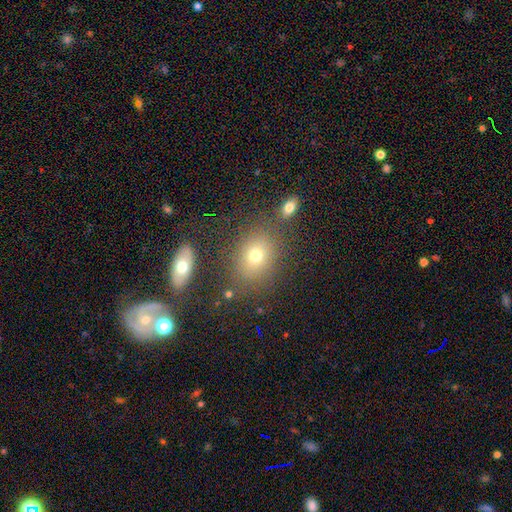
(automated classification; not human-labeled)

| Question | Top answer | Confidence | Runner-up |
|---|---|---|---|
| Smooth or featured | smooth | 69% | star or artifact (16%) |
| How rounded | in between | 59% | round (39%) |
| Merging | none | 76% | minor disturbance (12%) |